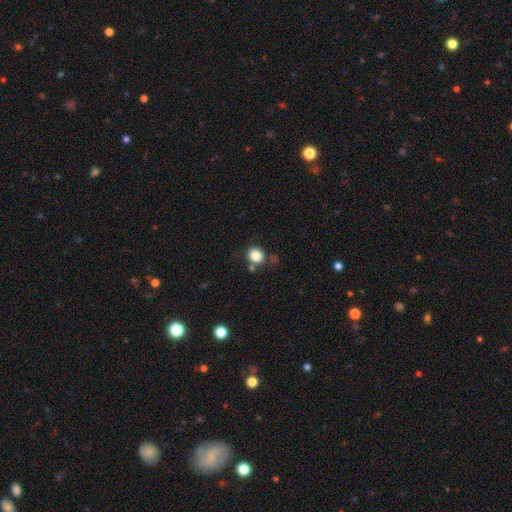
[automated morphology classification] Overall: smooth (85%). How rounded: round (76%). Merging: none (74%).